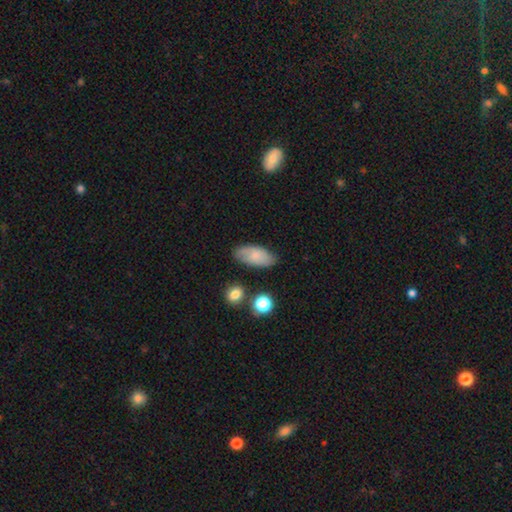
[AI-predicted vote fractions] A smooth galaxy with no disk features (76%) that is in between round and cigar-shaped (91%). Merging: none (77%).